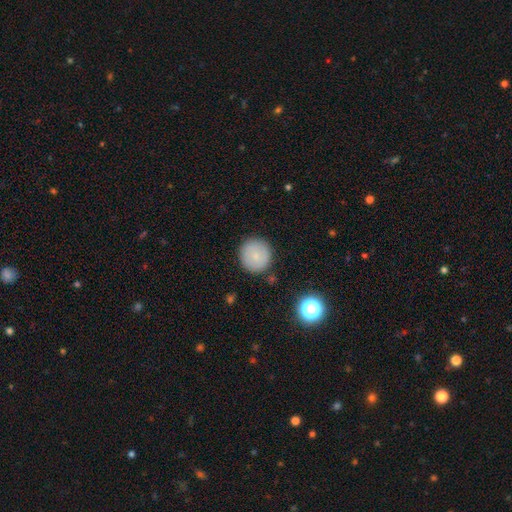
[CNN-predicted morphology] Smooth or featured? Predicted: smooth (p=0.77). How rounded? Predicted: round (p=0.94). Merging? Predicted: none (p=0.88).